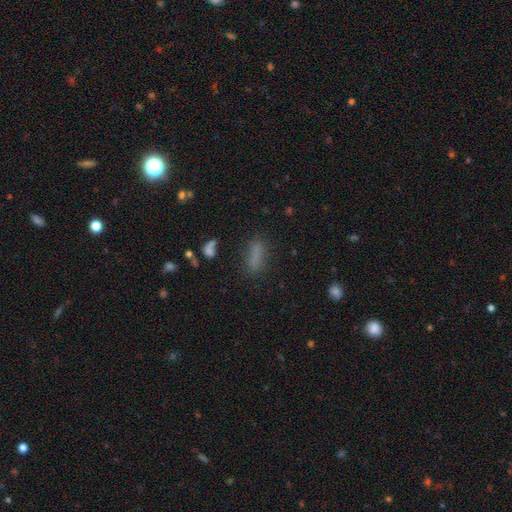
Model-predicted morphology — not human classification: Smooth or featured? Predicted: smooth (p=0.79). How rounded? Predicted: in between (p=0.50). Merging? Predicted: none (p=0.78).